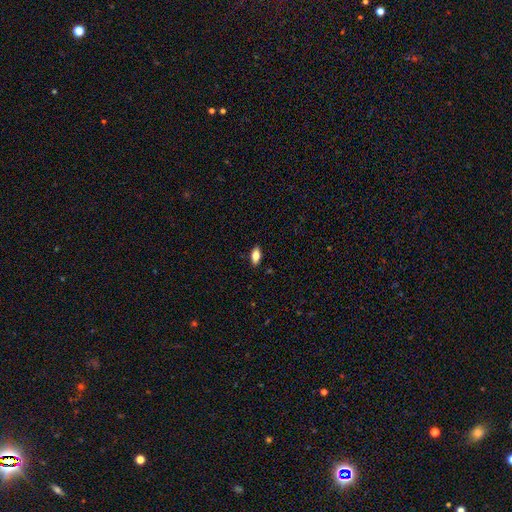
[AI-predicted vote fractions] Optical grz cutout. It shows a smooth galaxy with no disk features (76%) that is in between round and cigar-shaped (87%). Merging: none (89%).